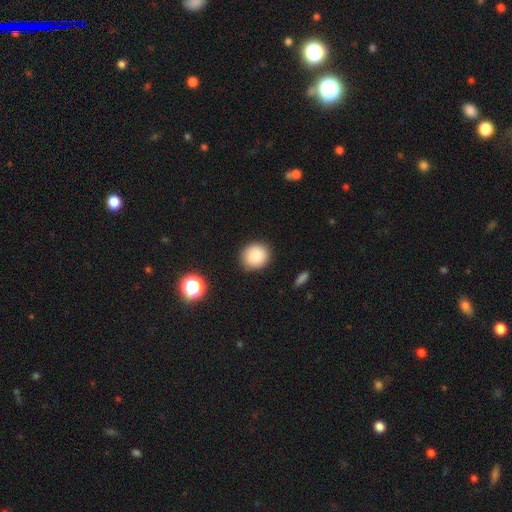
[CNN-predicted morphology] smooth-or-featured: smooth: 87% | star or artifact: 9% | featured or disk: 5%
  how-rounded: round: 84% | in between: 15% | cigar-shaped: 1%
  merging: none: 87% | minor disturbance: 9% | major disturbance: 2% | merger: 1%